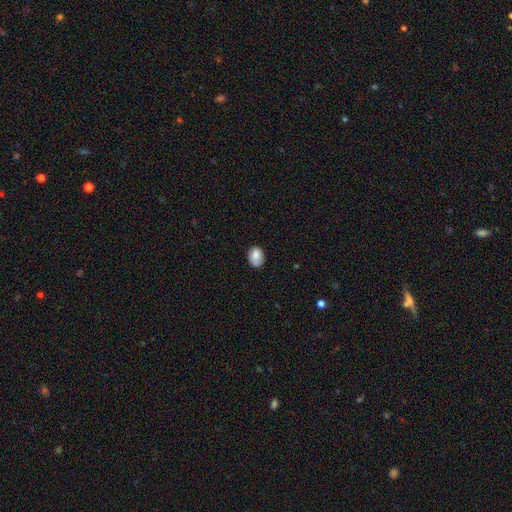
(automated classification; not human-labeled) A smooth galaxy with no disk features (84%) that is in between round and cigar-shaped (67%). Merging: none (73%).